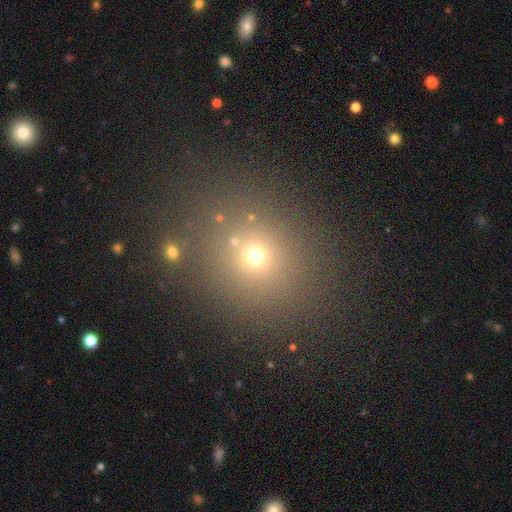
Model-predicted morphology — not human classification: smooth_or_featured: smooth (p=0.66) [alt: star or artifact p=0.25]
how_rounded: round (p=0.81) [alt: in between p=0.18]
merging: none (p=0.80) [alt: minor disturbance p=0.10]